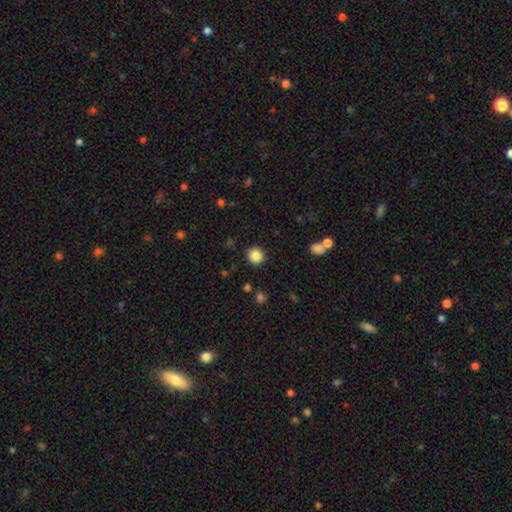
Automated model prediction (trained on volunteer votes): Q: Smooth or featured?
A: smooth (86%); runner-up: star or artifact (10%)
Q: How rounded?
A: round (93%); runner-up: in between (6%)
Q: Merging?
A: none (91%); runner-up: minor disturbance (5%)